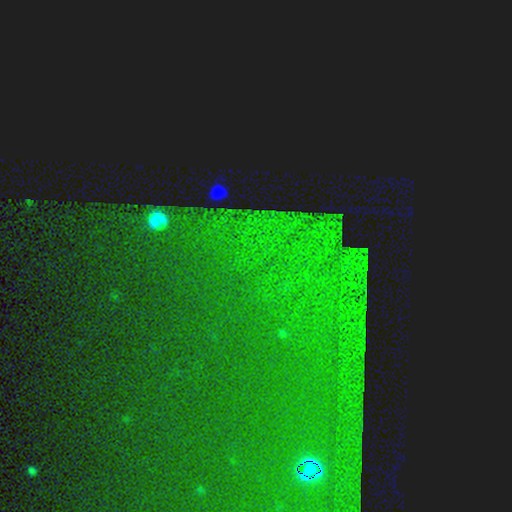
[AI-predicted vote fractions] Smooth or featured: star or artifact — 86% (smooth — 7%)